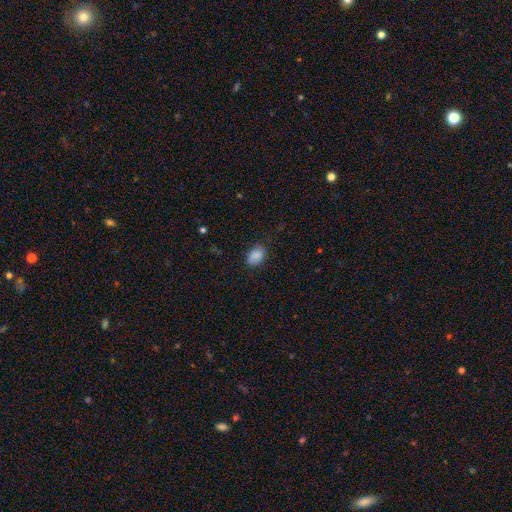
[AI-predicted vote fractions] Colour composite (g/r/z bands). It shows a smooth galaxy with no disk features (88%) that is in between round and cigar-shaped (81%). Merging: none (78%).